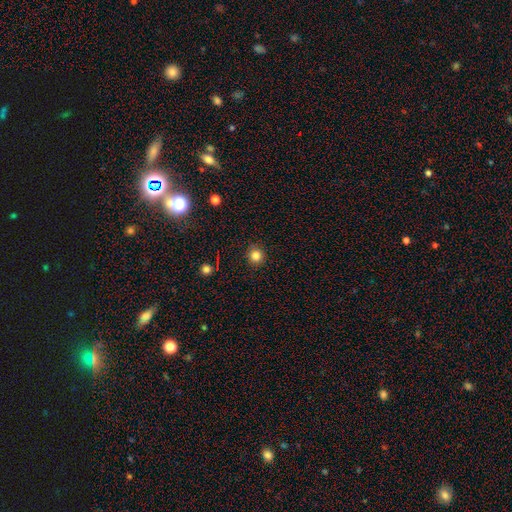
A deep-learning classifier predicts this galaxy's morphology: A smooth galaxy with no disk features (83%) that is round (91%). Merging: none (90%).